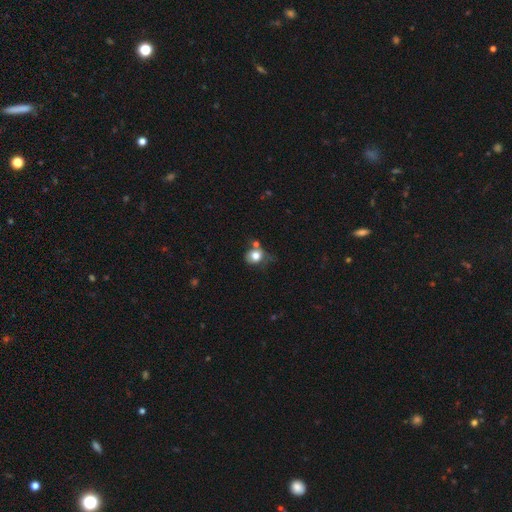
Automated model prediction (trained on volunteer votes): This appears to be a smooth galaxy with no disk features (75%) that is round (65%). Merging: none (38%).